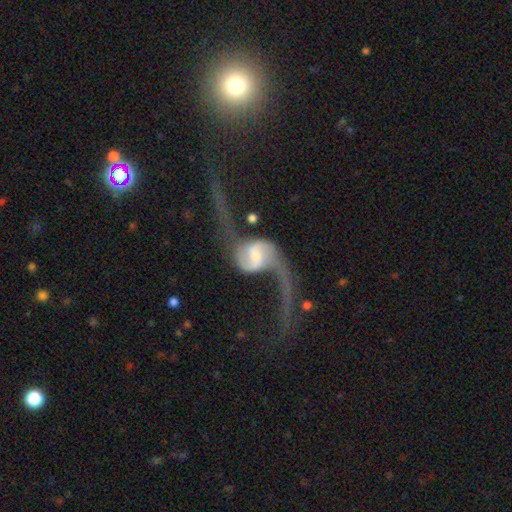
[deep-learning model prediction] This is clearly a featured or disk galaxy (85%). It is clearly not viewed edge-on (97%). Bar: possibly weak (47%). Spiral arm pattern: clearly yes (94%). Spiral arm count: clearly 2 (91%). Spiral winding: clearly loose (86%). Central bulge: marginally moderate (43%). Merging: marginally major disturbance (42%).